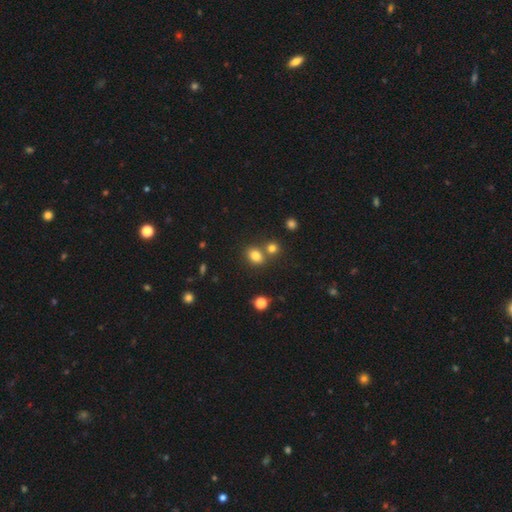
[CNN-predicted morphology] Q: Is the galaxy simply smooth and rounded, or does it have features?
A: smooth — 79%.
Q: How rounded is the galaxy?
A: in between — 56%.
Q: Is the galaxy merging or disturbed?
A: none — 59%.